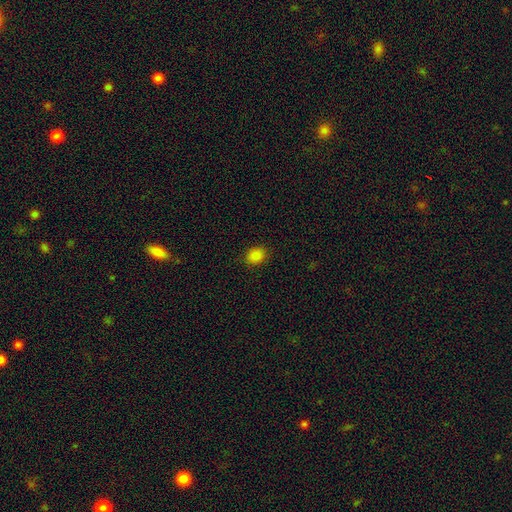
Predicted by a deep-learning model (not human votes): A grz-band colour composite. It shows a smooth galaxy with no disk features (85%) that is in between round and cigar-shaped (52%). Merging: none (88%).